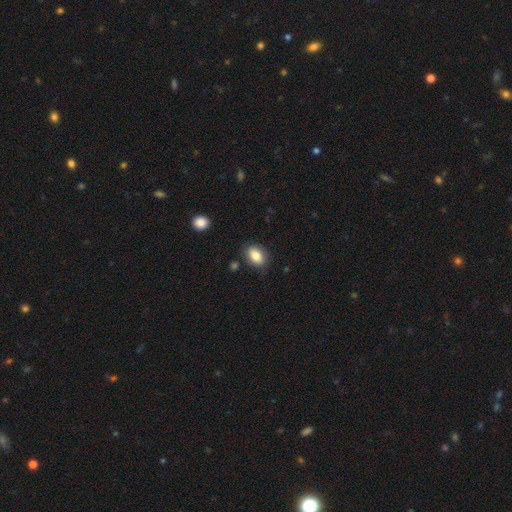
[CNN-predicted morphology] The model was most divided on "merging": none: 81%, minor disturbance: 13%, major disturbance: 3%, merger: 2%. More confident: how rounded — in between (86%); smooth or featured — smooth (83%).